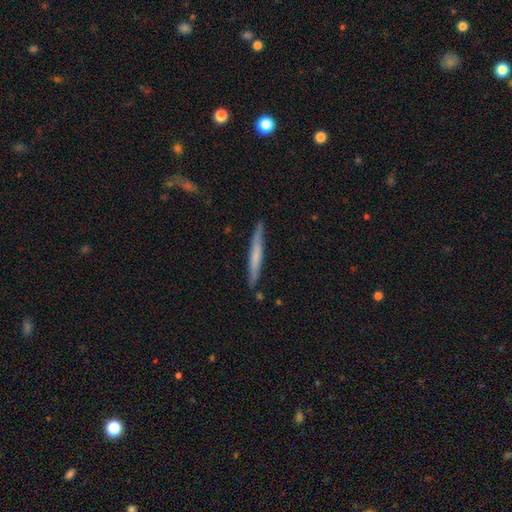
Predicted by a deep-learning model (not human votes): This is possibly a smooth galaxy (53%). How rounded: clearly cigar-shaped (97%). Merging: clearly none (87%).